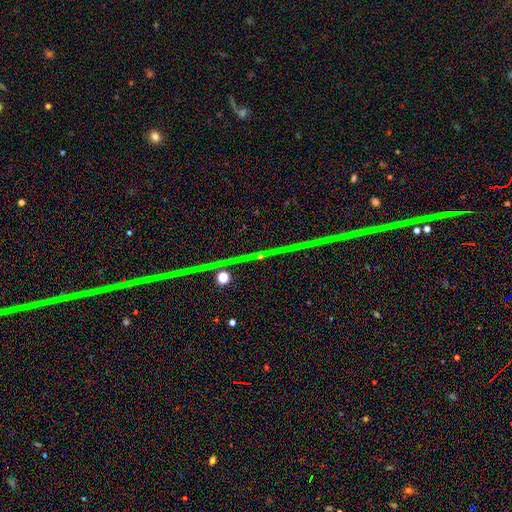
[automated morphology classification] star or artifact 88%, featured or disk 7%, smooth 5%.